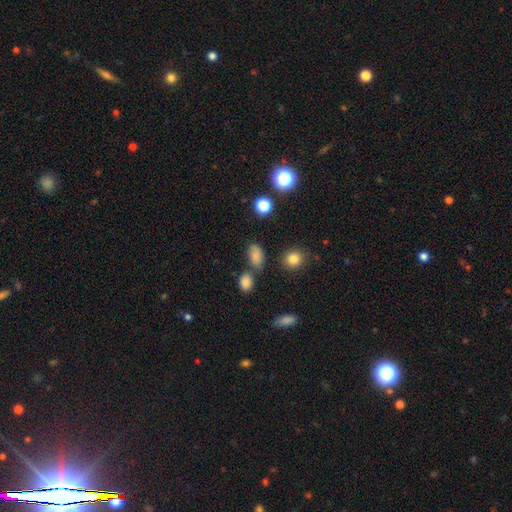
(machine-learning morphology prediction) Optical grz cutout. It shows a smooth galaxy with no disk features (80%) that is in between round and cigar-shaped (87%). Merging: none (66%).